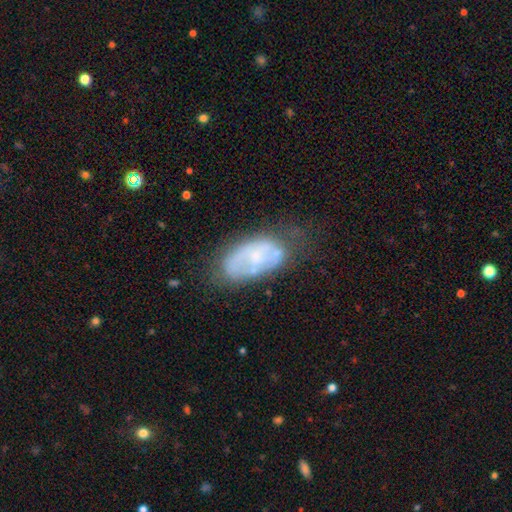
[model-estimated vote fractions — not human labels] Smooth or featured? Predicted: featured or disk (p=0.49). Merging? Predicted: none (p=0.45).